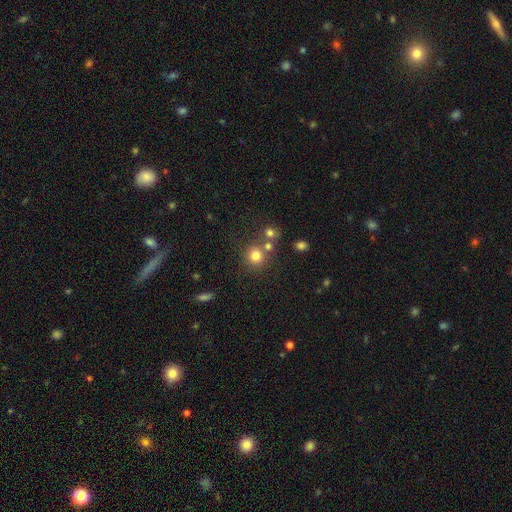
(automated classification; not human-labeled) Smooth or featured? smooth (78%)
How rounded? round (90%)
Merging? none (66%)